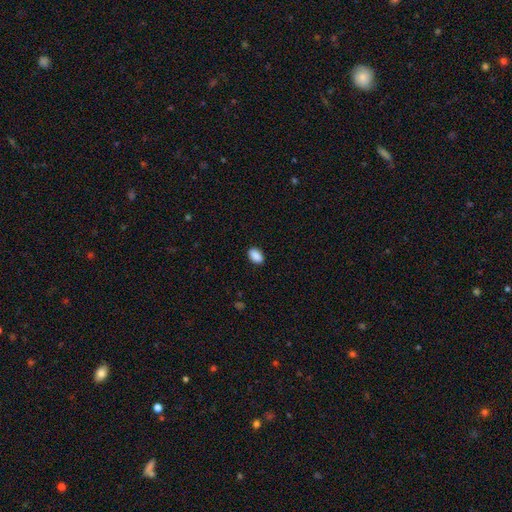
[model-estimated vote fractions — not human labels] Smooth or featured: smooth — 90% (star or artifact — 7%)
How rounded: in between — 90% (round — 8%)
Merging: none — 88% (minor disturbance — 9%)